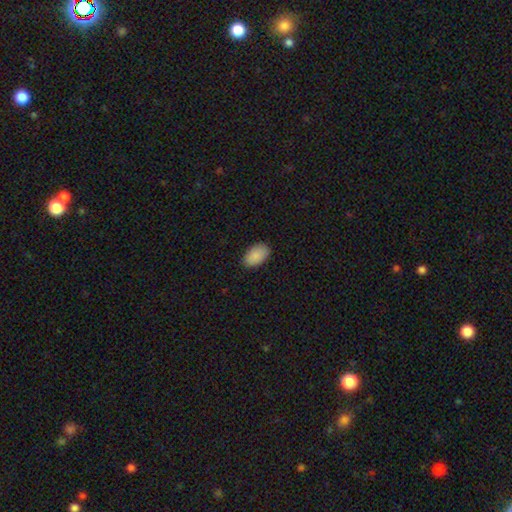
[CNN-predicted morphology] The model was most divided on "merging": none: 87%, minor disturbance: 10%, major disturbance: 2%, merger: 1%. More confident: how rounded — in between (92%); smooth or featured — smooth (90%).